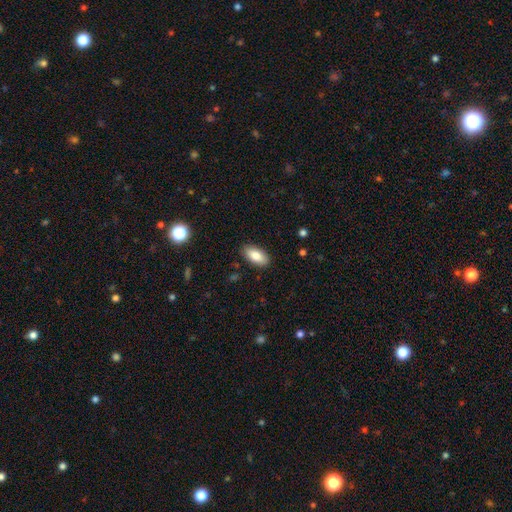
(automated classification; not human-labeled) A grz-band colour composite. It shows a smooth galaxy with no disk features (83%) that is in between round and cigar-shaped (92%). Merging: none (88%).